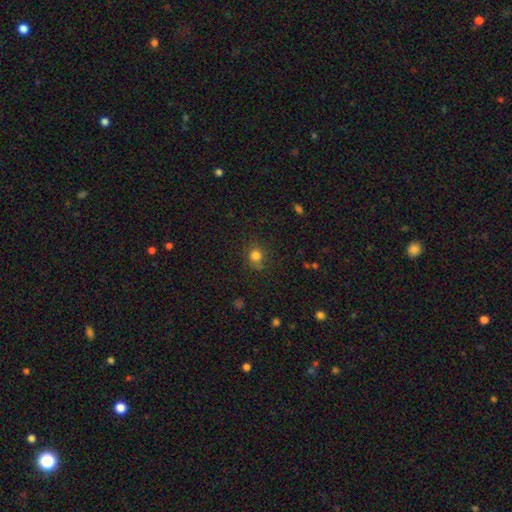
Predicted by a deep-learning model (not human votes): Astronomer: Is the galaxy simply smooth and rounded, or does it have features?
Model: smooth — 79%.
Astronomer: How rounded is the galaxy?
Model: round — 80%.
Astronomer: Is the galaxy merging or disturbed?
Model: none — 78%.